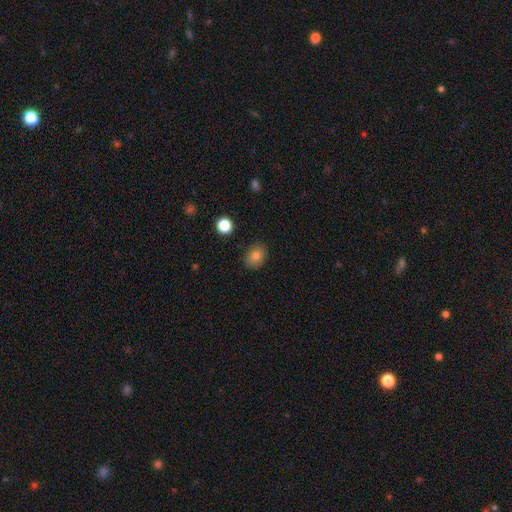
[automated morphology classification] Smooth or featured? Predicted: smooth (p=0.81). How rounded? Predicted: in between (p=0.58). Merging? Predicted: none (p=0.84).